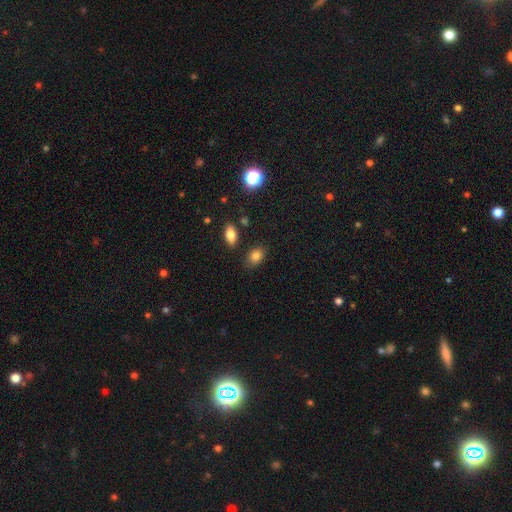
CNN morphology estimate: This appears to be a smooth galaxy with no disk features (83%) that is in between round and cigar-shaped (78%). Merging: none (81%).